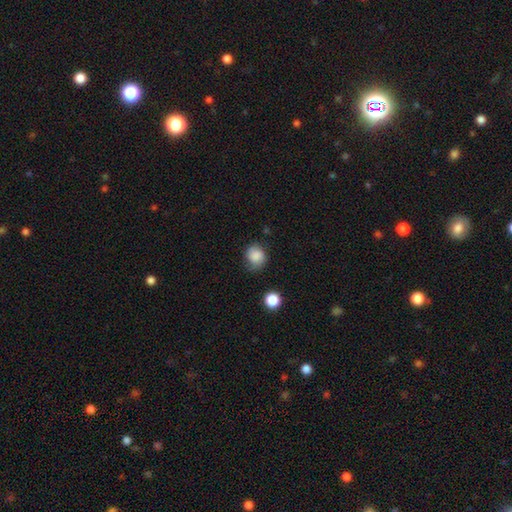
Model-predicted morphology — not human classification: Overall: smooth (83%). How rounded: round (77%). Merging: none (64%; minor disturbance 26%).